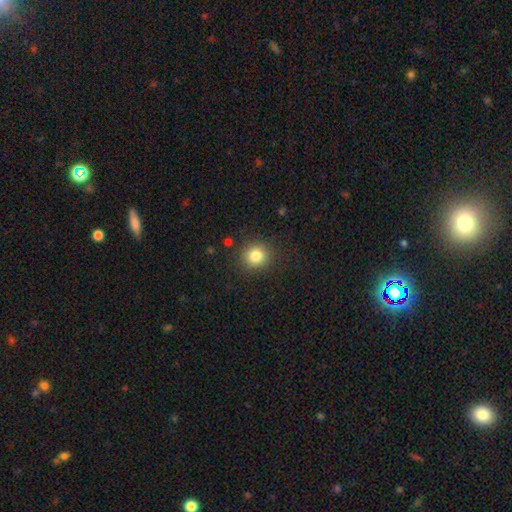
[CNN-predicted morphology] Smooth or featured: smooth — 82% (star or artifact — 12%)
How rounded: round — 88% (in between — 11%)
Merging: none — 89% (minor disturbance — 7%)